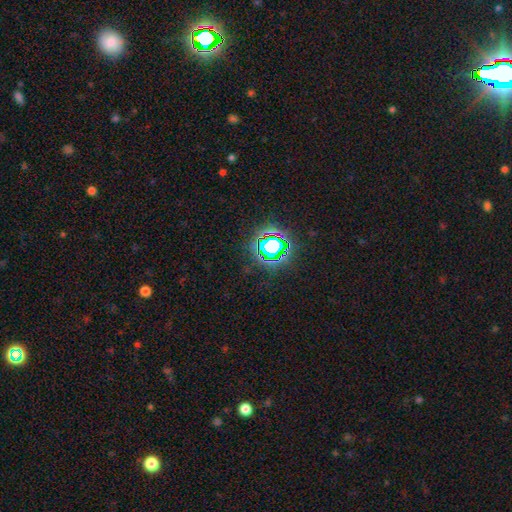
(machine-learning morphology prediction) Smooth or featured?
  - star or artifact: 82% *
  - smooth: 12%
  - featured or disk: 6%